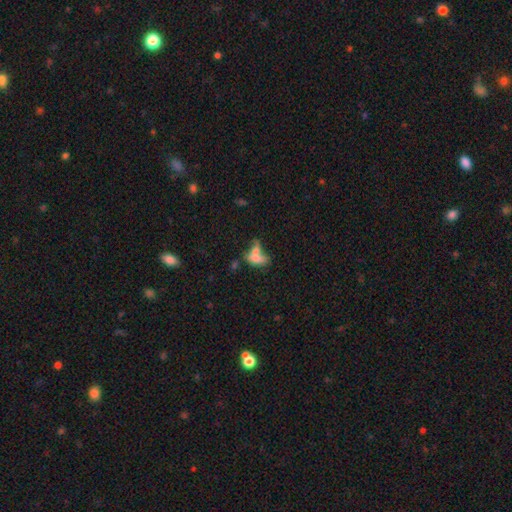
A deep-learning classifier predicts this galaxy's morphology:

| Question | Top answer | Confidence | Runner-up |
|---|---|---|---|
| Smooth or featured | smooth | 65% | featured or disk (22%) |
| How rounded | in between | 74% | cigar-shaped (18%) |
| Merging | merger | 54% | none (24%) |